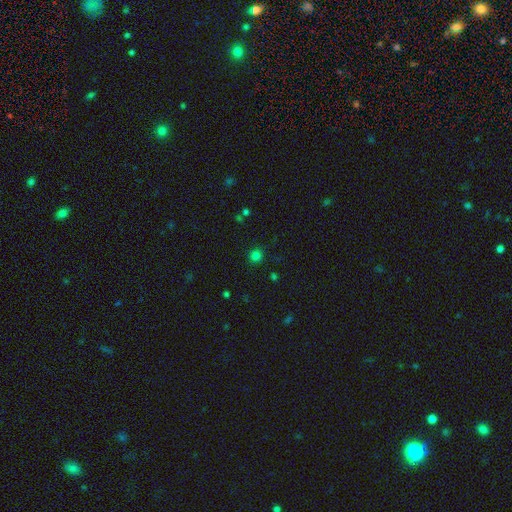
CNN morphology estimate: Smooth or featured: smooth — 77% (star or artifact — 19%)
How rounded: round — 92% (in between — 7%)
Merging: none — 90% (minor disturbance — 7%)